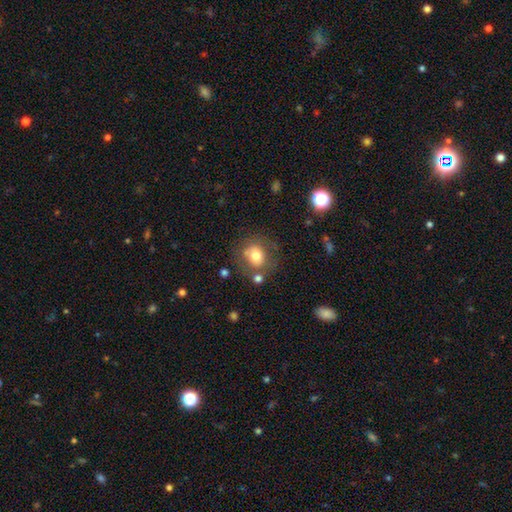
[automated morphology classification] Q: Smooth or featured?
A: smooth (74%); runner-up: featured or disk (16%)
Q: How rounded?
A: round (69%); runner-up: in between (30%)
Q: Merging?
A: none (65%); runner-up: minor disturbance (16%)